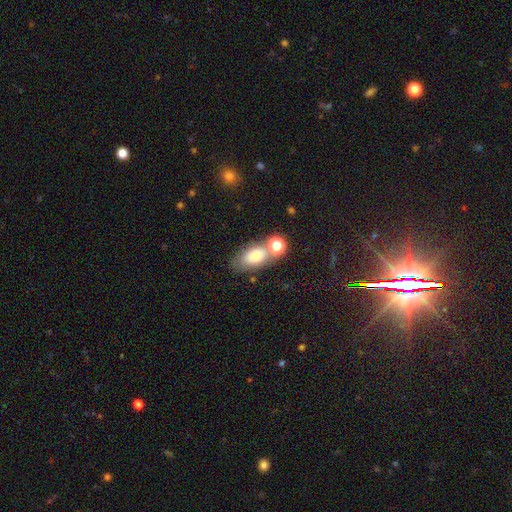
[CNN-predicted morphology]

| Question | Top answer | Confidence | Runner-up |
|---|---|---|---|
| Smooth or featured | smooth | 71% | featured or disk (18%) |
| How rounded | in between | 84% | round (13%) |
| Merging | none | 52% | merger (25%) |